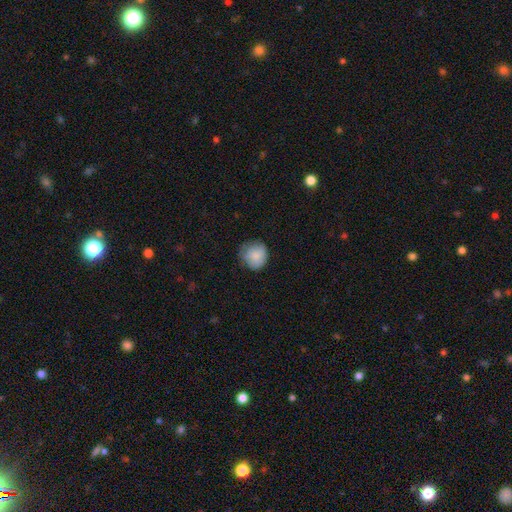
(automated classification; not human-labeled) Smooth or featured? Predicted: smooth (p=0.84). How rounded? Predicted: round (p=0.87). Merging? Predicted: none (p=0.68).